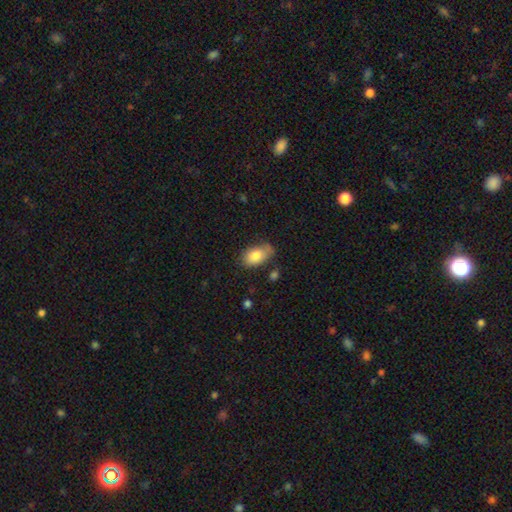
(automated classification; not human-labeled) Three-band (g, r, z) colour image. It shows a smooth galaxy with no disk features (81%) that is in between round and cigar-shaped (91%). Merging: none (62%).